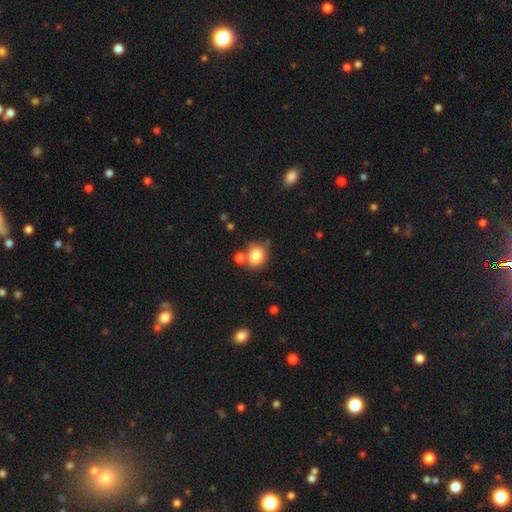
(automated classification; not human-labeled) smooth 83%, star or artifact 10%, featured or disk 7%. Down the decision tree: how rounded — round (63%); merging — none (65%).